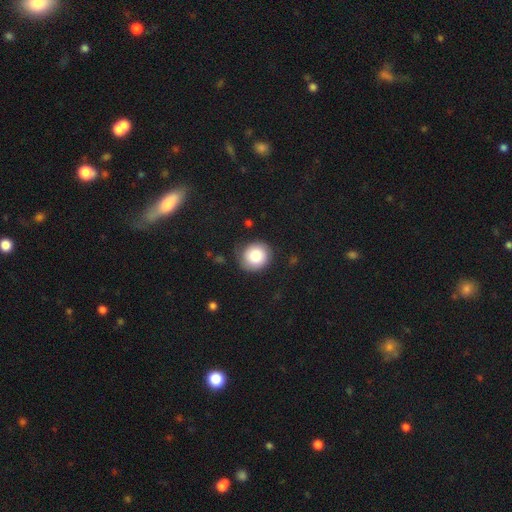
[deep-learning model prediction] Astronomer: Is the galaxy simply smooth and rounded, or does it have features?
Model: smooth — 81%.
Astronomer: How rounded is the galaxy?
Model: round — 86%.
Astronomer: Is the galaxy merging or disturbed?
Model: none — 78%.